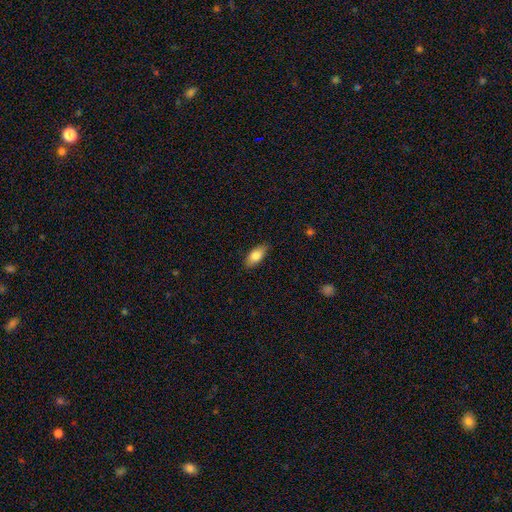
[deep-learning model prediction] Smooth or featured? smooth (81%)
How rounded? in between (86%)
Merging? none (86%)